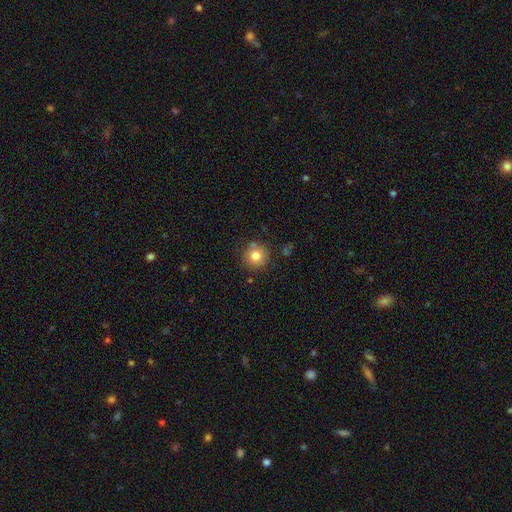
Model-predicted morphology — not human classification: A smooth galaxy with no disk features (81%) that is round (93%).

Vote fractions:
- Smooth or featured? smooth: 81% / star or artifact: 11% / featured or disk: 8%
- How rounded? round: 93% / in between: 6% / cigar-shaped: 1%
- Merging? none: 81% / minor disturbance: 11% / merger: 6% / major disturbance: 3%